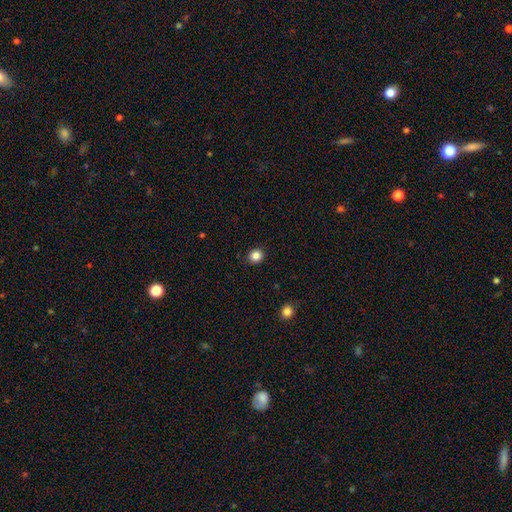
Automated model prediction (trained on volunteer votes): Overall: smooth (85%). How rounded: round (85%). Merging: none (91%).